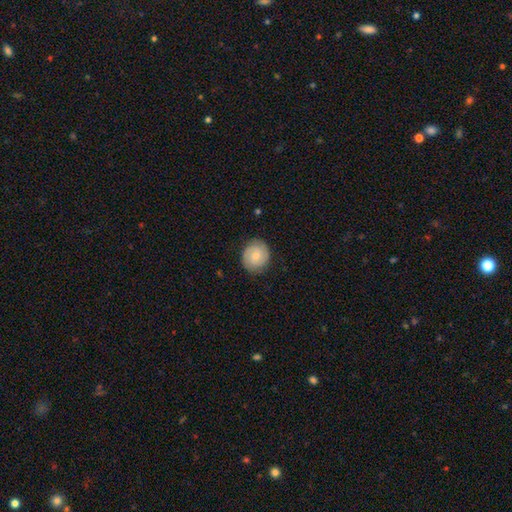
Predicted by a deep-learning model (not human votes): This is possibly a smooth galaxy (58%). How rounded: likely round (78%). Merging: clearly none (84%).